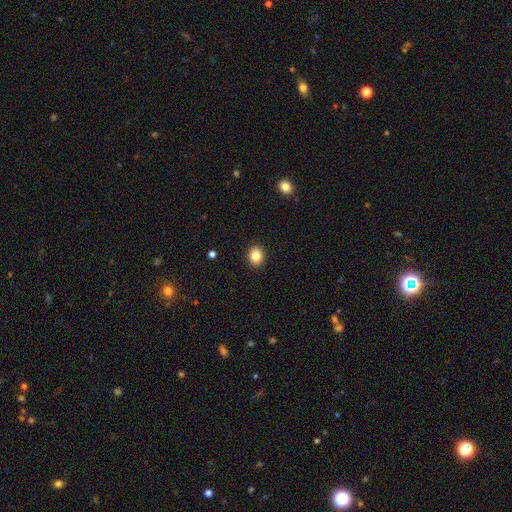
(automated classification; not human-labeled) Smooth or featured? smooth (84%)
How rounded? round (62%)
Merging? none (91%)